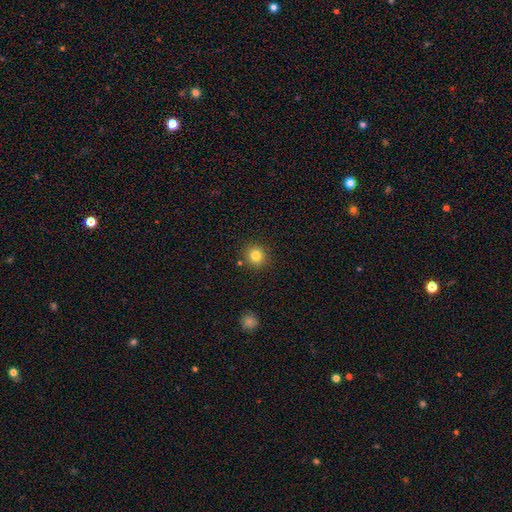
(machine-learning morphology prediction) The model was most divided on "smooth or featured": smooth: 82%, star or artifact: 12%, featured or disk: 7%. More confident: how rounded — round (89%); merging — none (87%).